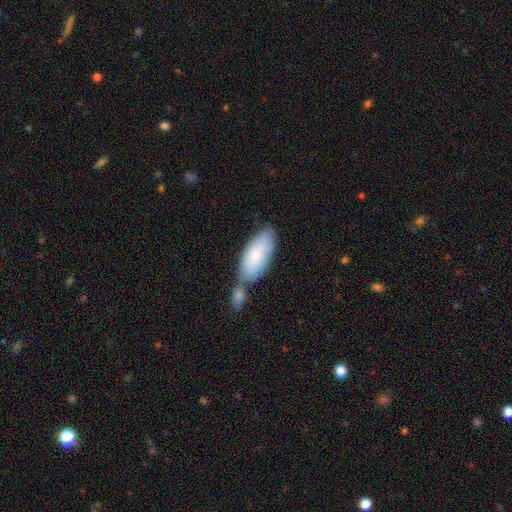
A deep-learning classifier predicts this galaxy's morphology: Smooth or featured? smooth (77%)
How rounded? in between (88%)
Merging? none (43%)